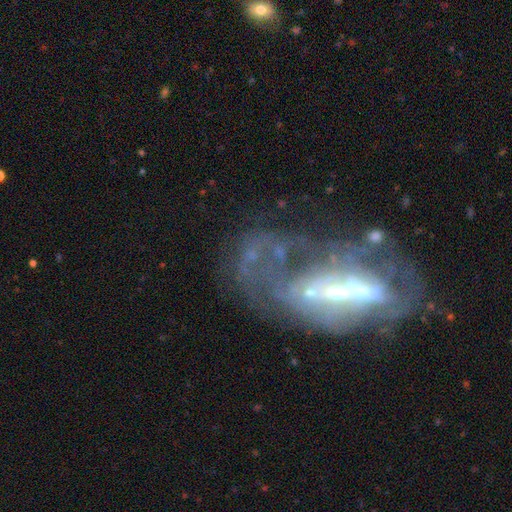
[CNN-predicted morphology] Smooth or featured? Predicted: featured or disk (p=0.71). Edge-on disk? Predicted: no (p=0.88). Bar? Predicted: no (p=0.47). Spiral arms? Predicted: no (p=0.59). Bulge size? Predicted: small (p=0.50). Merging? Predicted: major disturbance (p=0.37).